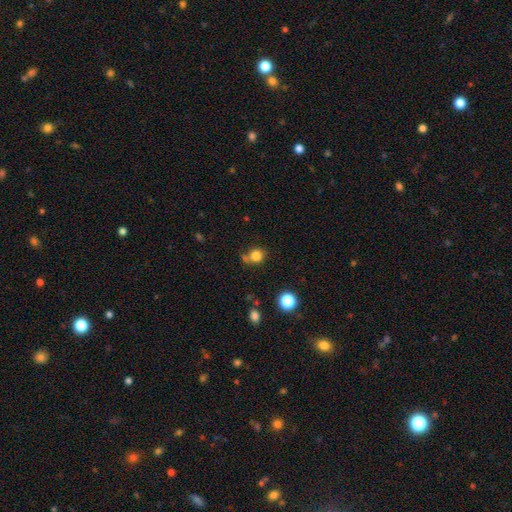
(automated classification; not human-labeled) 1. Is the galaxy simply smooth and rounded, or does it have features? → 81% smooth, 13% star or artifact, 6% featured or disk.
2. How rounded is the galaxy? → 83% round, 16% in between, 1% cigar-shaped.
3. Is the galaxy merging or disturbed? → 64% none, 16% merger, 15% minor disturbance, 5% major disturbance.